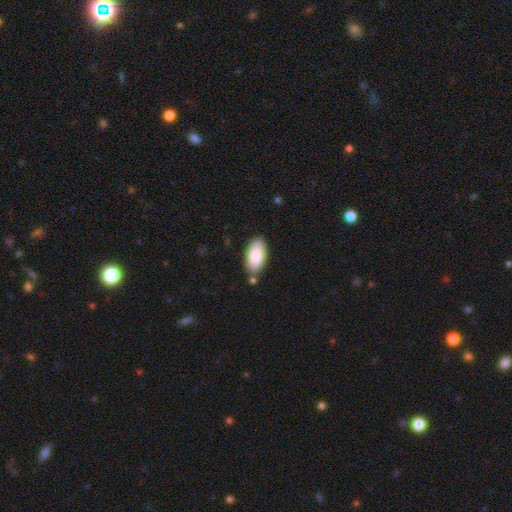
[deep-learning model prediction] This appears to be a smooth galaxy with no disk features (85%) that is in between round and cigar-shaped (95%). Merging: none (79%).